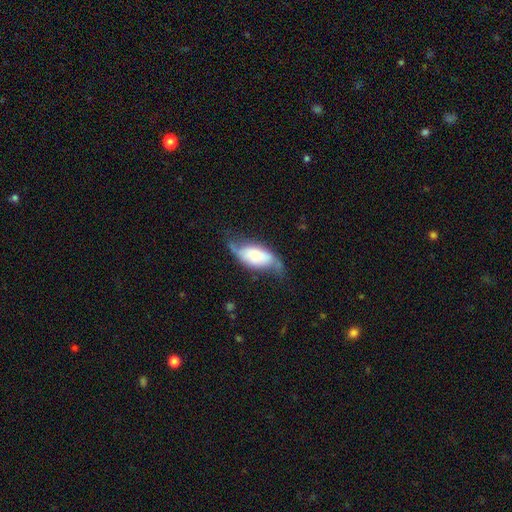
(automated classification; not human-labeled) smooth_or_featured: featured or disk (p=0.54) [alt: smooth p=0.39]
disk_edge_on: no (p=0.82) [alt: yes p=0.18]
merging: none (p=0.46) [alt: minor disturbance p=0.33]